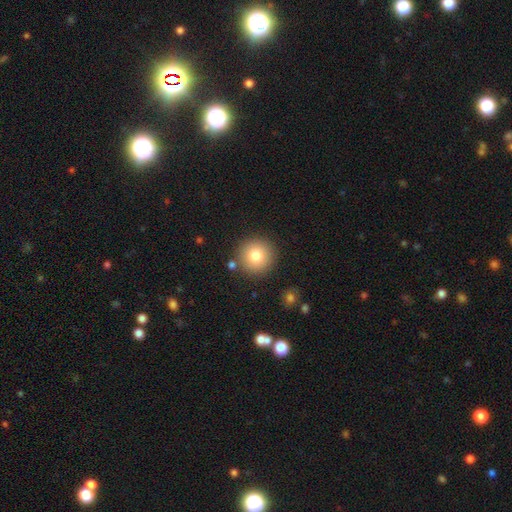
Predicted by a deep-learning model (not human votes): smooth_or_featured: smooth (p=0.80) [alt: featured or disk p=0.10]
how_rounded: round (p=0.95) [alt: in between p=0.04]
merging: none (p=0.86) [alt: minor disturbance p=0.07]